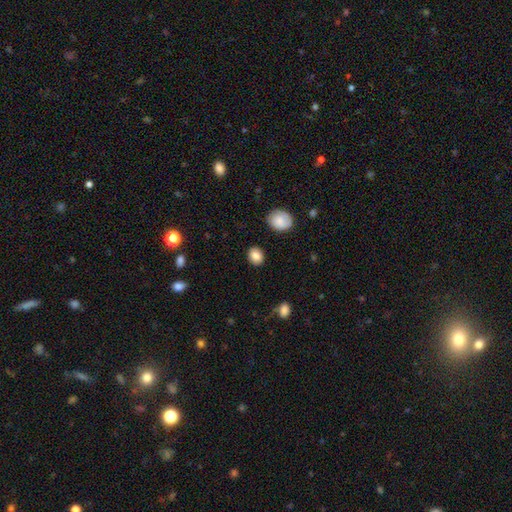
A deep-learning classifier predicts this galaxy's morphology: Smooth or featured: smooth — 85% (star or artifact — 9%)
How rounded: round — 54% (in between — 45%)
Merging: none — 88% (minor disturbance — 8%)